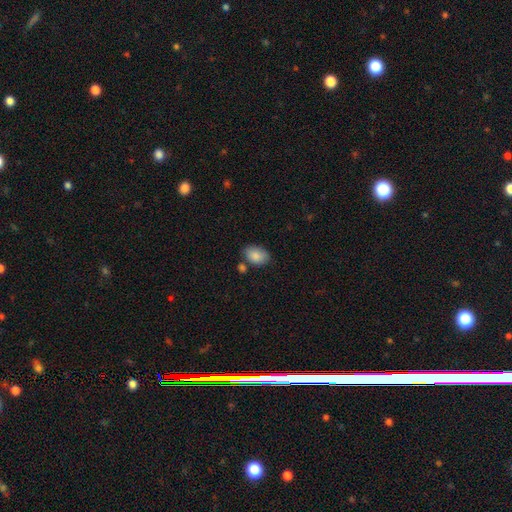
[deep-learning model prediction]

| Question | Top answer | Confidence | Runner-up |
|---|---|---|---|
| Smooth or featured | smooth | 87% | star or artifact (7%) |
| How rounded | in between | 87% | round (12%) |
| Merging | none | 73% | minor disturbance (16%) |